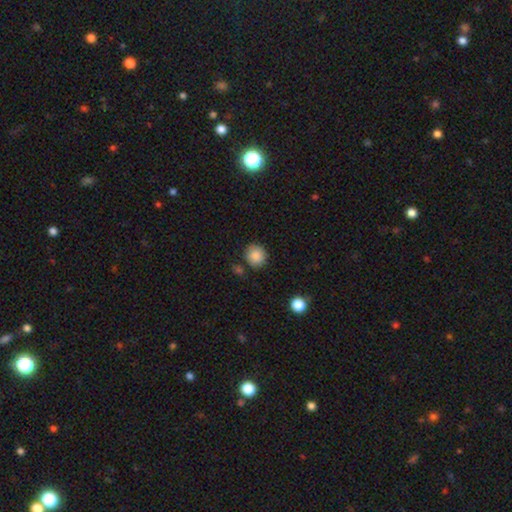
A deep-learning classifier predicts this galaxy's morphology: type=smooth (88%); roundness=round (88%); merging=none (81%).